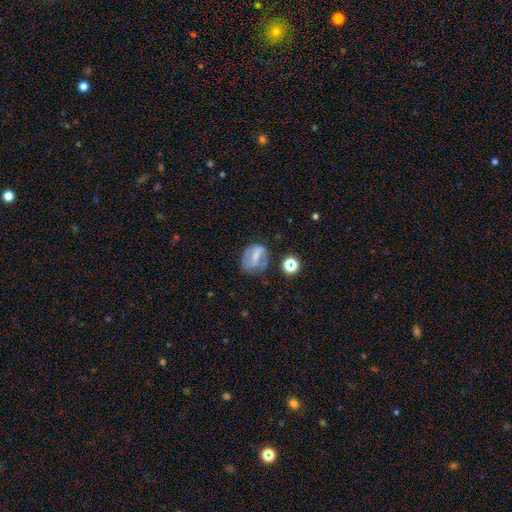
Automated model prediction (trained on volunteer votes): smooth_or_featured: smooth (p=0.44) [alt: featured or disk p=0.43]
merging: none (p=0.50) [alt: minor disturbance p=0.27]